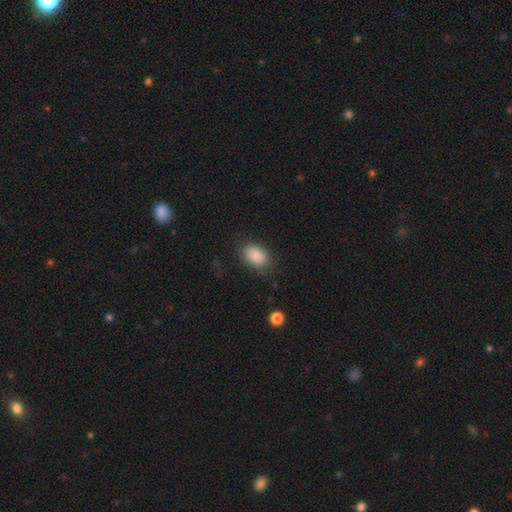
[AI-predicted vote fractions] Smooth or featured? smooth (87%)
How rounded? in between (85%)
Merging? none (76%)